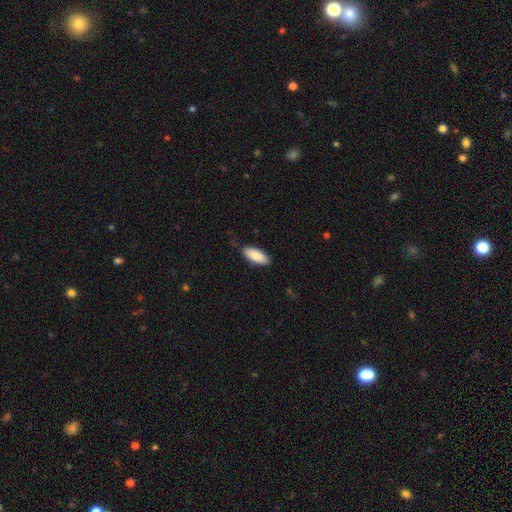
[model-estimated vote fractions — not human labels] This appears to be a smooth galaxy with no disk features (88%) that is in between round and cigar-shaped (82%). Merging: none (83%).